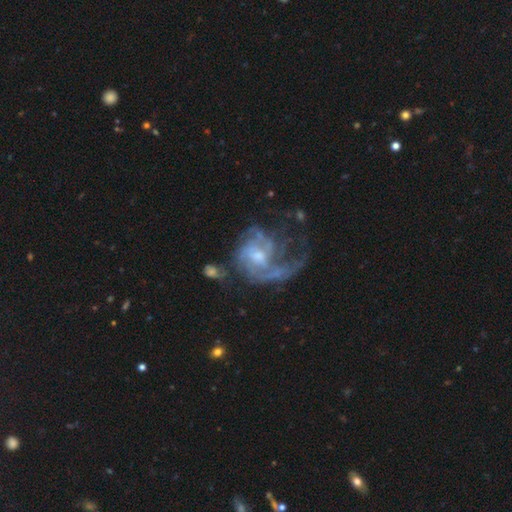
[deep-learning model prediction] A featured or disk galaxy (82%) with no bar (59%), can't tell (27%, tied with 2) medium (40%) spiral arms (88%) and a moderate central bulge (47%). Merging: major disturbance (40%).